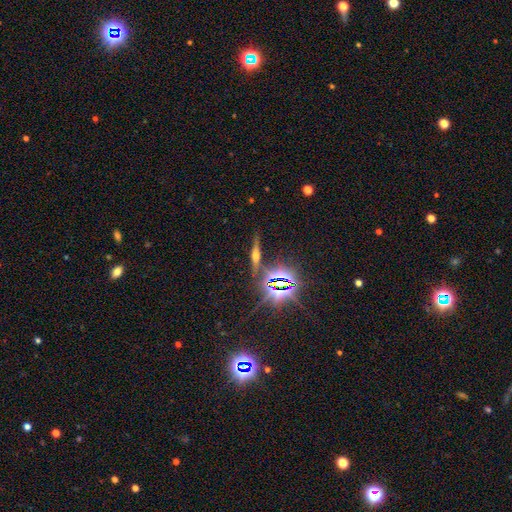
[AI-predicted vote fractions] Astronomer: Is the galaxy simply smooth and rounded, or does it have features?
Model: featured or disk — 50% (runner-up: star or artifact, 31%).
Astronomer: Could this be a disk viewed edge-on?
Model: yes — 92%.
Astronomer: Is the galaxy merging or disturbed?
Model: none — 82%.